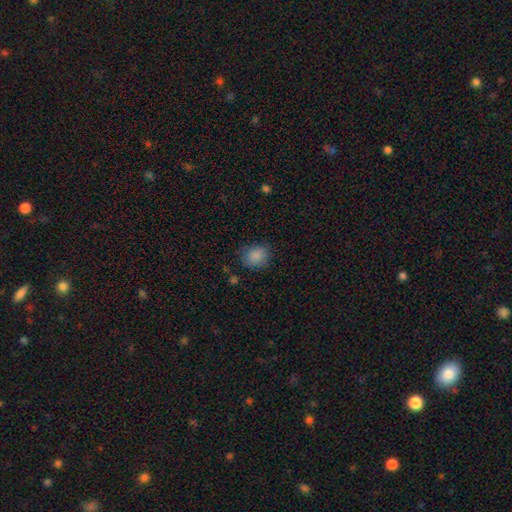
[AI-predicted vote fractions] Smooth or featured? smooth (86%)
How rounded? round (59%)
Merging? none (80%)